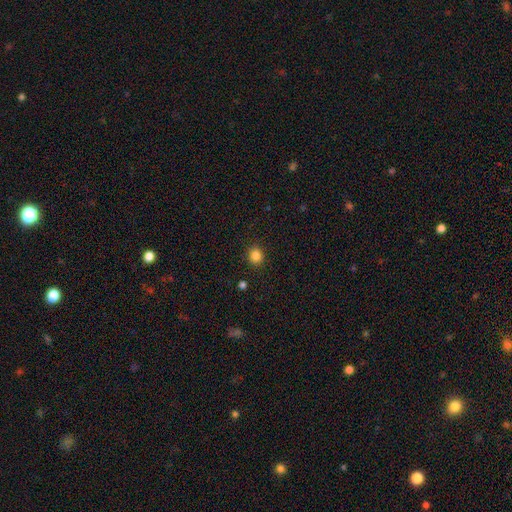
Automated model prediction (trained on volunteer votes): smooth-or-featured: smooth: 84% | star or artifact: 12% | featured or disk: 4%
  how-rounded: round: 85% | in between: 15% | cigar-shaped: 1%
  merging: none: 91% | minor disturbance: 6% | major disturbance: 2% | merger: 1%